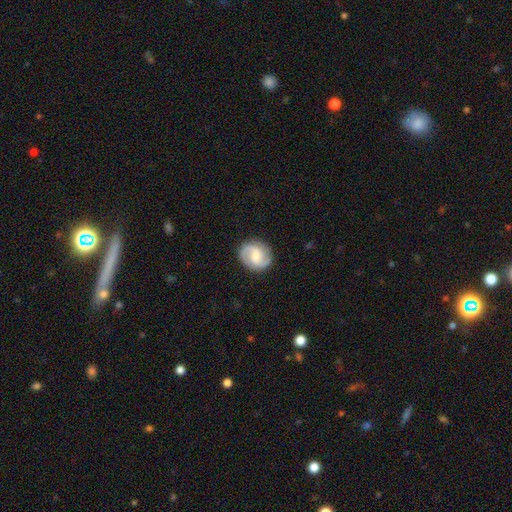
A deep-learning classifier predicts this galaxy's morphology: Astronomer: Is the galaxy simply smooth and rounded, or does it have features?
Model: featured or disk — 76%.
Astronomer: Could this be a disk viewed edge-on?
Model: no — 98%.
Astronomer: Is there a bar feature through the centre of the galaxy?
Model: weak — 54% (runner-up: no, 30%).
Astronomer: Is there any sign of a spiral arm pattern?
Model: yes — 95%.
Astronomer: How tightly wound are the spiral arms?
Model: medium — 50% (runner-up: loose, 26%).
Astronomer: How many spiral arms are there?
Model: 2 — 91%.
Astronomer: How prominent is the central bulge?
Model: moderate — 47% (runner-up: small, 38%).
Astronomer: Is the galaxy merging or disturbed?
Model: none — 86%.